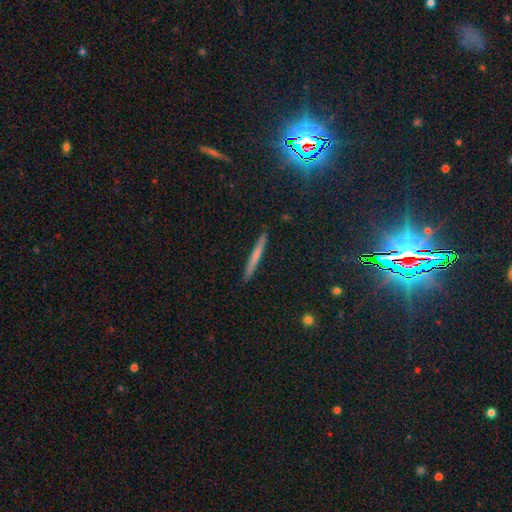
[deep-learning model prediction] Smooth or featured?
  - smooth: 59% *
  - featured or disk: 33%
  - star or artifact: 9%
How rounded?
  - cigar-shaped: 96% *
  - in between: 2%
  - round: 2%
Merging?
  - none: 91% *
  - minor disturbance: 6%
  - major disturbance: 1%
  - merger: 1%